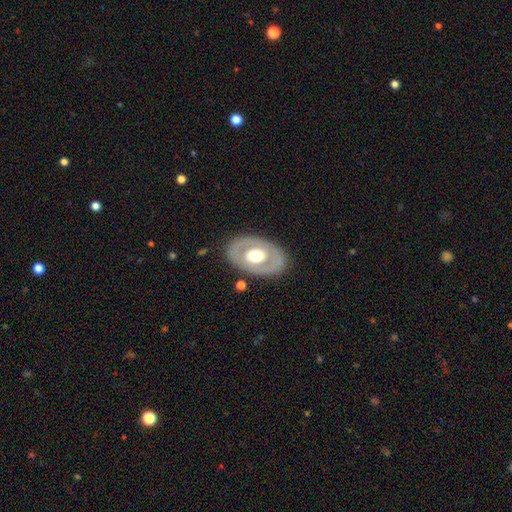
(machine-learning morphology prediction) featured or disk 57%, smooth 39%, star or artifact 5%. Down the decision tree: edge-on disk — no (90%); bar — no (85%); spiral arms — no (90%); bulge size — moderate (54%); merging — none (83%).